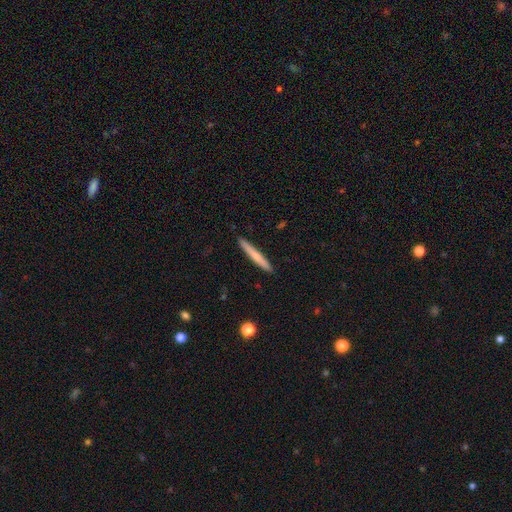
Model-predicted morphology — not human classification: This is likely a smooth galaxy (63%). How rounded: clearly cigar-shaped (96%). Merging: clearly none (91%).